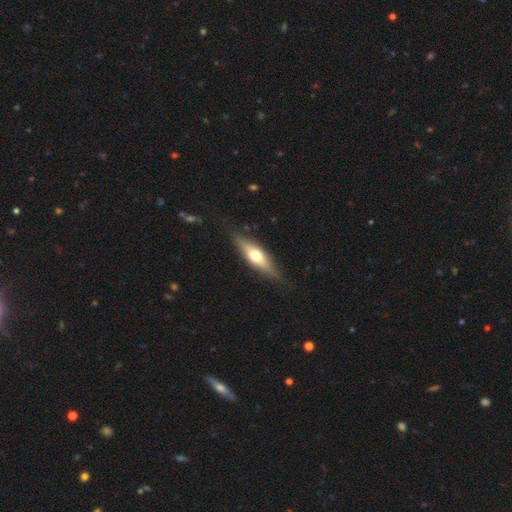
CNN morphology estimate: smooth-or-featured: smooth: 49% | featured or disk: 45% | star or artifact: 6%
  merging: none: 81% | minor disturbance: 14% | major disturbance: 3% | merger: 1%